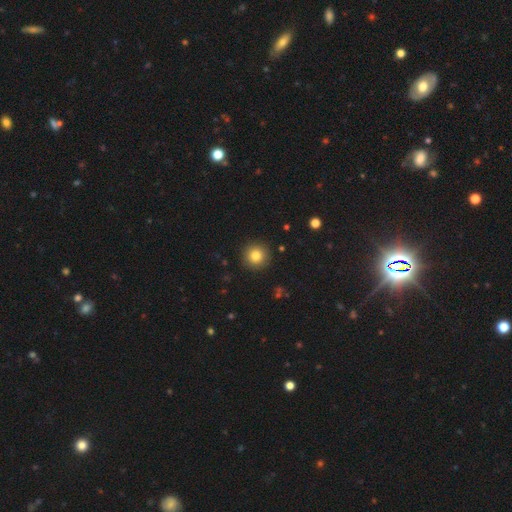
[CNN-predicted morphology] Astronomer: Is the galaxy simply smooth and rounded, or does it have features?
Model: smooth — 82%.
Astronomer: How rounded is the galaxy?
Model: round — 95%.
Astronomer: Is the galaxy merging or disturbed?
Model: none — 91%.